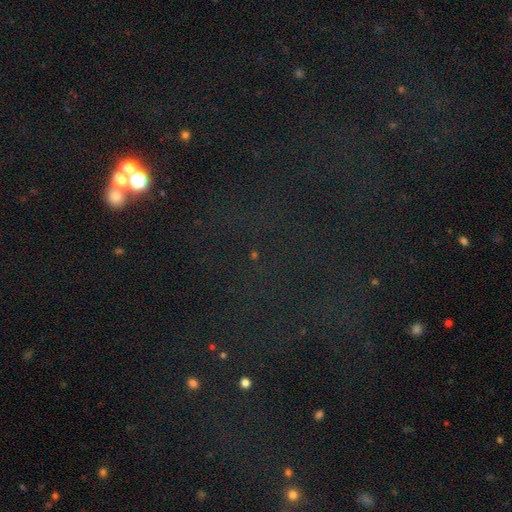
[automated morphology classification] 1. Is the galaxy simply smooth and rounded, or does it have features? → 75% star or artifact, 15% smooth, 10% featured or disk.